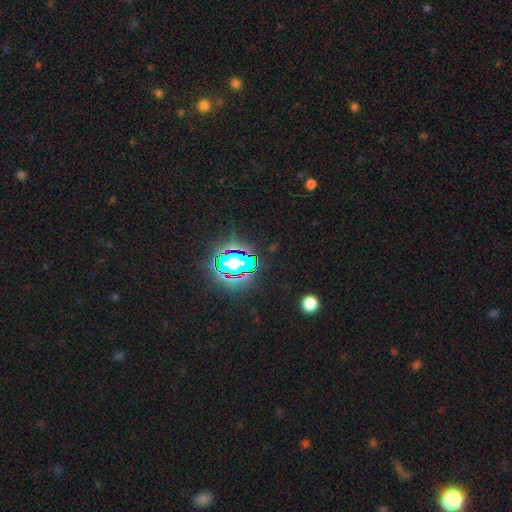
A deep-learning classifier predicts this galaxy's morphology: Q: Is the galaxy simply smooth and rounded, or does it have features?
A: star or artifact — 80%.